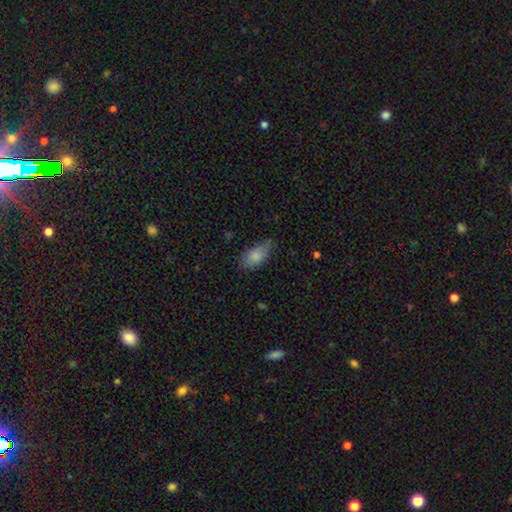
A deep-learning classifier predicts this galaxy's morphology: The model was most divided on "merging": none: 53%, minor disturbance: 36%, major disturbance: 8%, merger: 2%. More confident: how rounded — in between (90%); smooth or featured — smooth (81%).